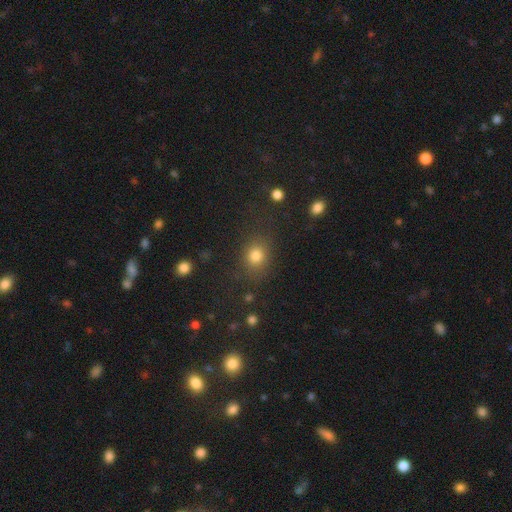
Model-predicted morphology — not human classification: Smooth or featured? Predicted: smooth (p=0.78). How rounded? Predicted: round (p=0.64). Merging? Predicted: none (p=0.78).